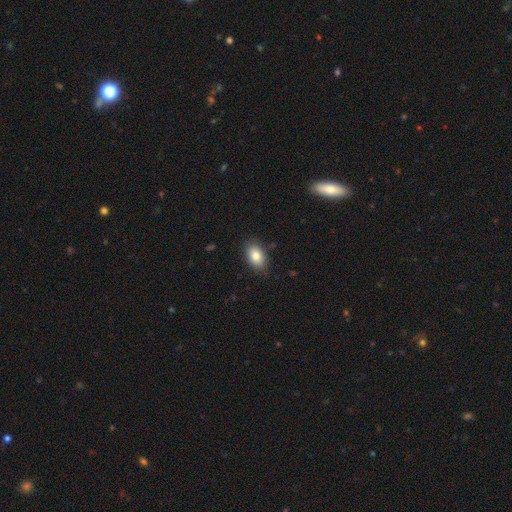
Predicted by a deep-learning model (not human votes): The model was most divided on "merging": none: 86%, minor disturbance: 11%, major disturbance: 2%, merger: 1%. More confident: how rounded — in between (89%); smooth or featured — smooth (84%).